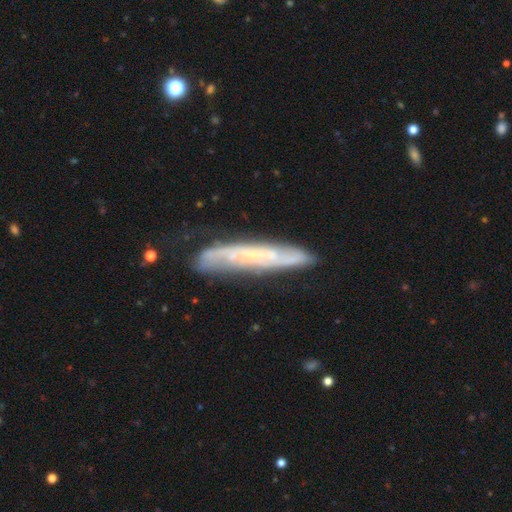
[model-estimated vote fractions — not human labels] This is likely a featured or disk galaxy (71%). It is possibly viewed edge-on (51%). Merging: likely none (76%).